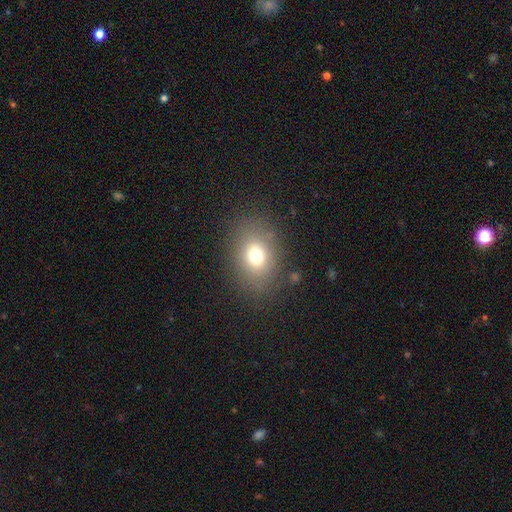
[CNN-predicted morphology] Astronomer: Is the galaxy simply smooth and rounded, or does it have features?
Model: smooth — 72%.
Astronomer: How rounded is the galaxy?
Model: in between — 56% (runner-up: round, 43%).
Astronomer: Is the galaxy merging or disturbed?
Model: none — 82%.